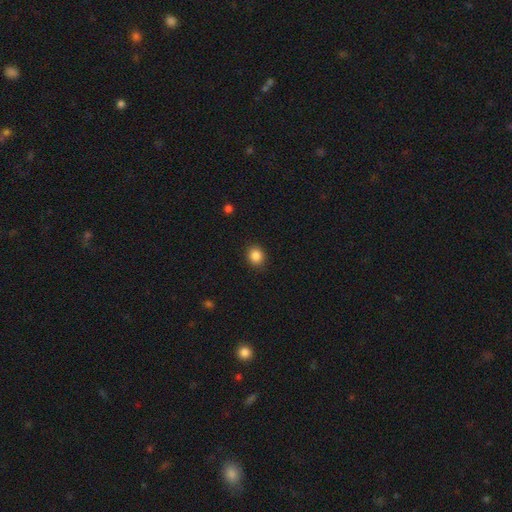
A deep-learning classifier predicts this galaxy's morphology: smooth-or-featured: smooth: 86% | star or artifact: 10% | featured or disk: 4%
  how-rounded: round: 75% | in between: 24% | cigar-shaped: 1%
  merging: none: 89% | minor disturbance: 8% | major disturbance: 2% | merger: 1%